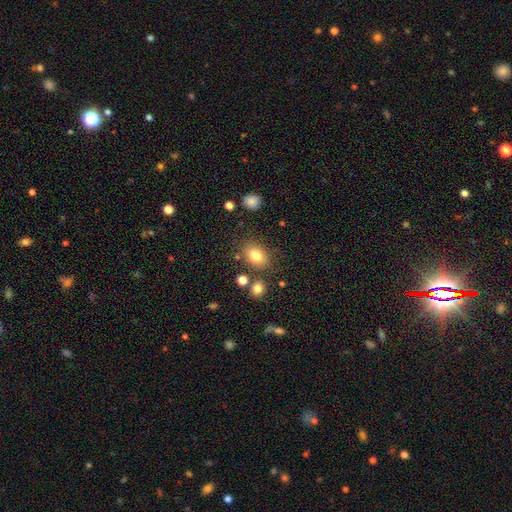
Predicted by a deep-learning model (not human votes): smooth_or_featured: smooth (p=0.80) [alt: star or artifact p=0.11]
how_rounded: in between (p=0.69) [alt: round p=0.30]
merging: none (p=0.76) [alt: minor disturbance p=0.13]